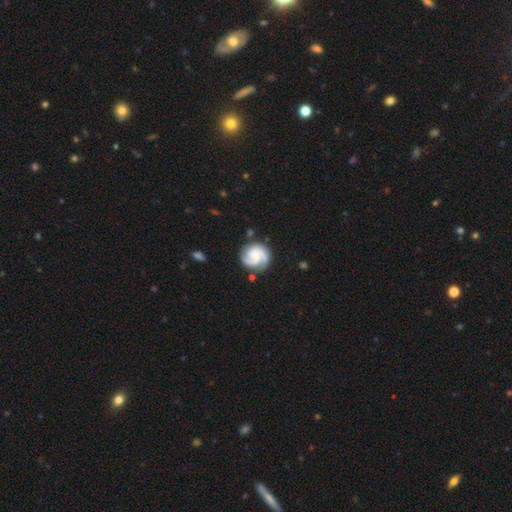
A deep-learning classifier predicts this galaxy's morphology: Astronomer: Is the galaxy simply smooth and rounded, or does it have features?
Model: featured or disk — 83%.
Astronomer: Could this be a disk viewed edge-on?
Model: no — 98%.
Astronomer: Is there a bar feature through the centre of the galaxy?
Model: no — 58% (runner-up: weak, 35%).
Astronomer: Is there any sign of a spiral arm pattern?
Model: yes — 98%.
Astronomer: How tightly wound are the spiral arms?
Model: tight — 52% (runner-up: medium, 39%).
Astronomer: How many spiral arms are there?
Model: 2 — 59%.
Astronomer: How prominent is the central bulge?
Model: small — 49% (runner-up: moderate, 27%).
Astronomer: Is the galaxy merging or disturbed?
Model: none — 76%.